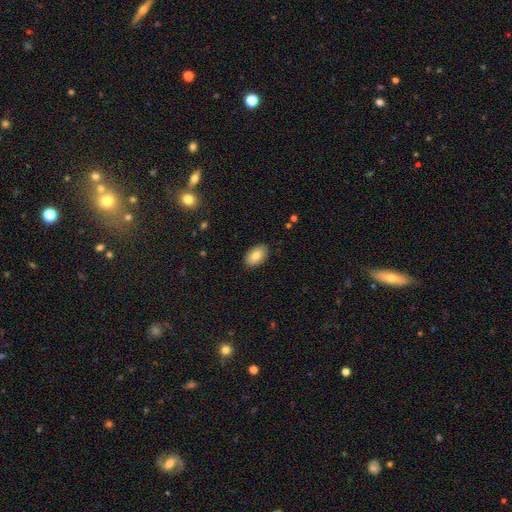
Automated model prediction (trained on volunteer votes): Q: Smooth or featured?
A: smooth (82%); runner-up: featured or disk (11%)
Q: How rounded?
A: in between (92%); runner-up: round (7%)
Q: Merging?
A: none (88%); runner-up: minor disturbance (9%)